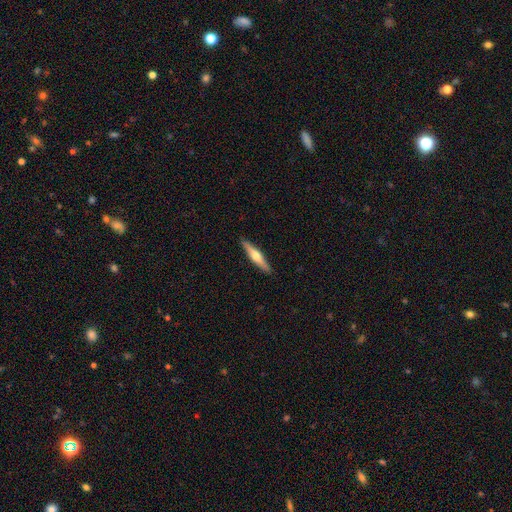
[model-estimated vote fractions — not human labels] This is possibly a featured or disk galaxy (56%). It is clearly viewed edge-on (96%). Edge-on bulge: clearly rounded (91%). Merging: clearly none (91%).